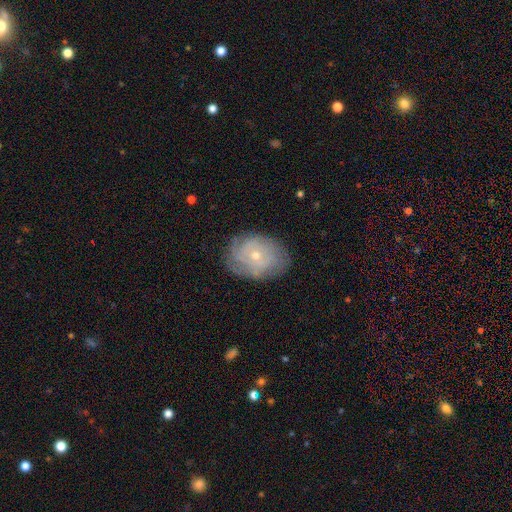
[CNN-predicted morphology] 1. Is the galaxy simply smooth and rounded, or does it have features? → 68% featured or disk, 24% smooth, 8% star or artifact.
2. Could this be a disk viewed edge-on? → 96% no, 4% yes.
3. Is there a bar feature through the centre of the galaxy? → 80% no, 18% weak, 3% strong.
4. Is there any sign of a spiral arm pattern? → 84% yes, 16% no.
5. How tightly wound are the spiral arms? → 70% tight, 22% medium, 8% loose.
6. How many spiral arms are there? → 54% can't tell, 13% 3, 13% 2, 9% 4, 5% more than 4, 5% 1.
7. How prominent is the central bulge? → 62% small, 35% moderate, 1% large, 1% none, 1% dominant.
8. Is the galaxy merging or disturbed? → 75% none, 18% minor disturbance, 6% major disturbance, 1% merger.